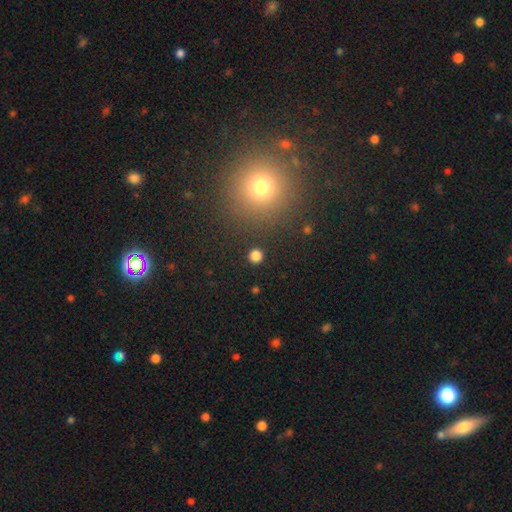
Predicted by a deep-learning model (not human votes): A smooth galaxy with no disk features (81%) that is round (93%). Merging: none (91%).